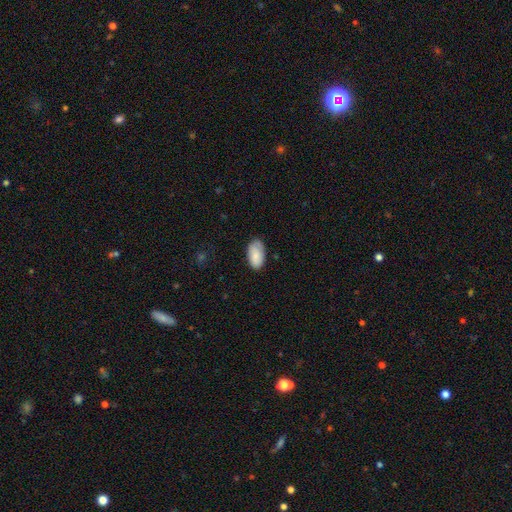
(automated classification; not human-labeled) smooth_or_featured: smooth (p=0.83) [alt: featured or disk p=0.11]
how_rounded: in between (p=0.95) [alt: round p=0.03]
merging: none (p=0.73) [alt: minor disturbance p=0.22]